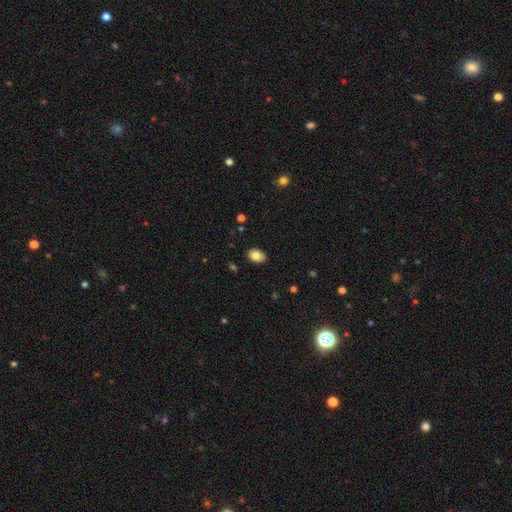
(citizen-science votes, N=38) Smooth or featured? 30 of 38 (79%) said smooth. How rounded? 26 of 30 (87%) said in between. Merging? 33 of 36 (92%) said none.